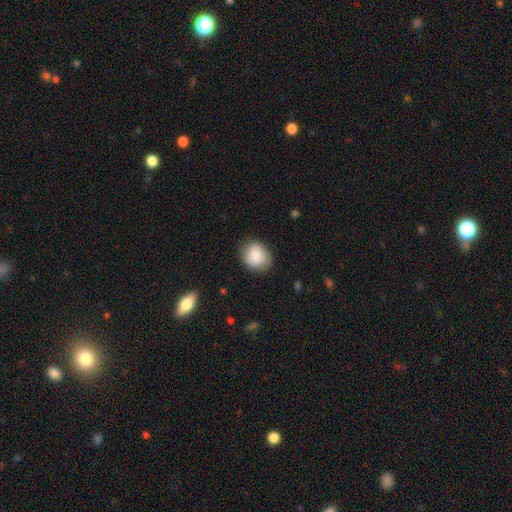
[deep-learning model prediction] Overall: smooth (82%). How rounded: round (63%; in between 36%). Merging: none (81%).